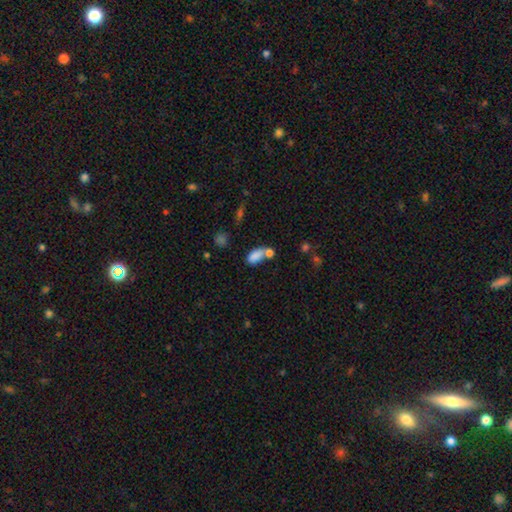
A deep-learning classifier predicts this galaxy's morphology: smooth 81%, star or artifact 10%, featured or disk 9%. Down the decision tree: how rounded — in between (89%); merging — merger (41%).